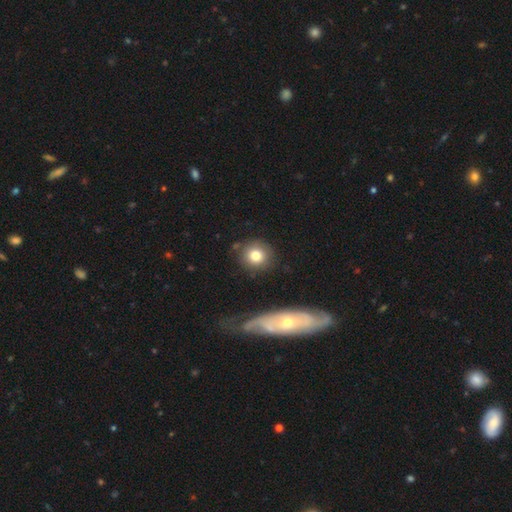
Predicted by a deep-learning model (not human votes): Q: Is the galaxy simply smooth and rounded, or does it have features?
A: smooth — 78%.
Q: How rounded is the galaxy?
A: round — 88%.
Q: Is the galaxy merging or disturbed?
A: none — 81%.